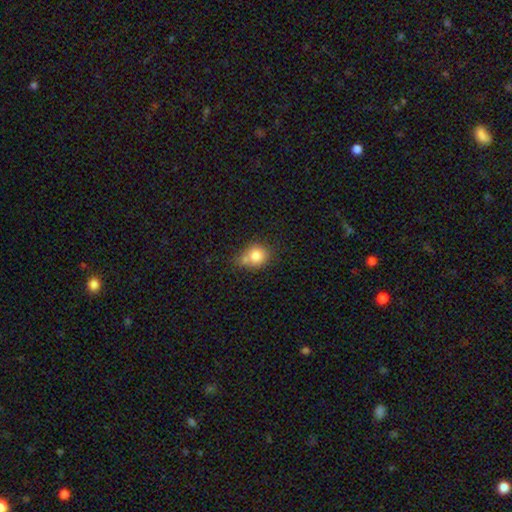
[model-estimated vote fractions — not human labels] smooth-or-featured: smooth: 79% | star or artifact: 11% | featured or disk: 10%
  how-rounded: round: 74% | in between: 25% | cigar-shaped: 1%
  merging: none: 46% | merger: 25% | minor disturbance: 22% | major disturbance: 7%